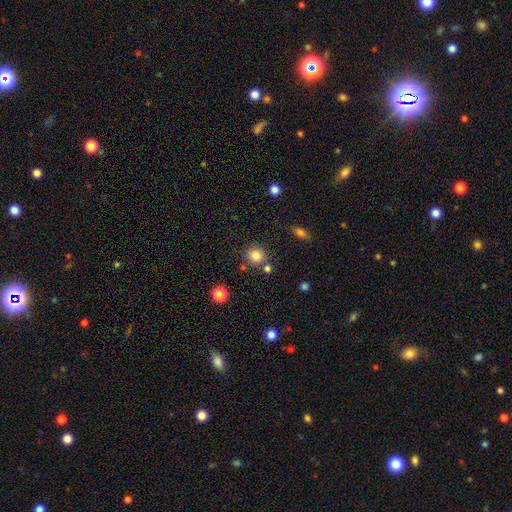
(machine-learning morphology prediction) This is clearly a smooth galaxy (83%). How rounded: clearly round (90%). Merging: likely none (78%).